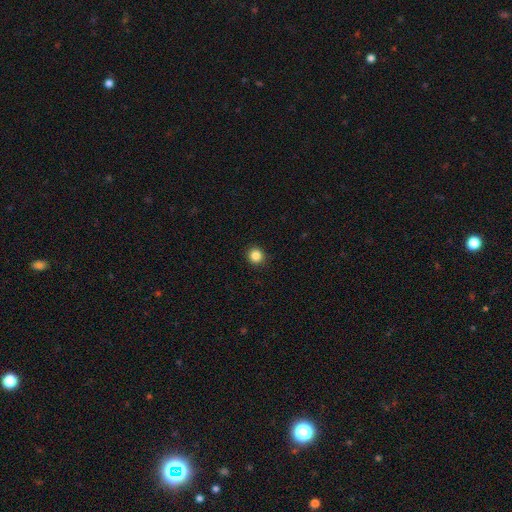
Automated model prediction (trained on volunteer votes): Smooth or featured?
  - smooth: 85% *
  - star or artifact: 11%
  - featured or disk: 4%
How rounded?
  - round: 93% *
  - in between: 6%
  - cigar-shaped: 1%
Merging?
  - none: 92% *
  - minor disturbance: 5%
  - major disturbance: 2%
  - merger: 1%